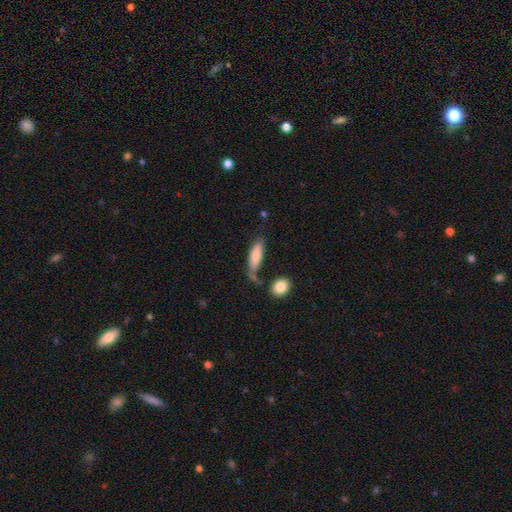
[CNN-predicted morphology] This is likely a smooth galaxy (79%). How rounded: possibly in between (56%). Merging: possibly none (49%).